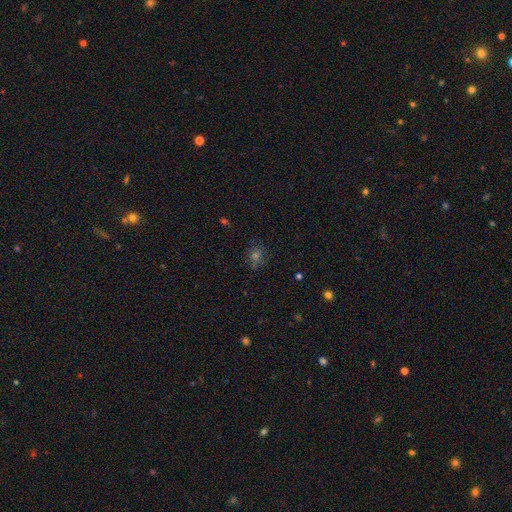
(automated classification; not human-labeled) A smooth galaxy with no disk features (48%). Merging: none (77%).